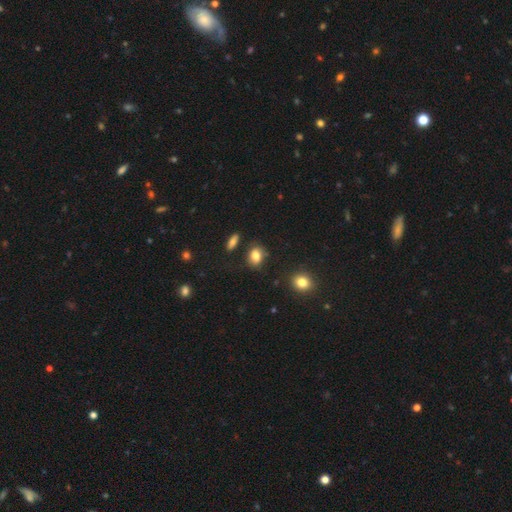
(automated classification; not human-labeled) smooth 83%, star or artifact 10%, featured or disk 7%. Down the decision tree: how rounded — in between (60%); merging — none (77%).